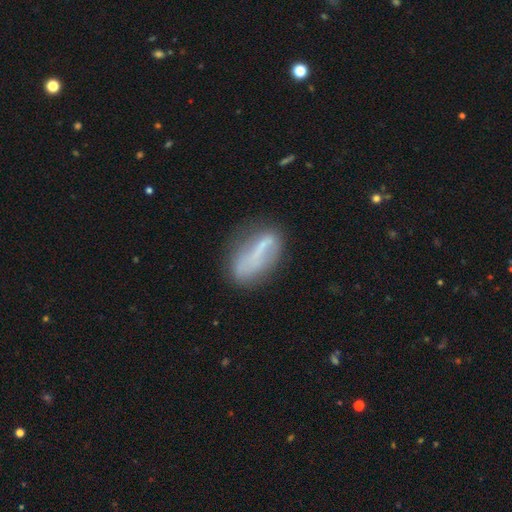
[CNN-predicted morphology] smooth_or_featured: smooth (p=0.46) [alt: featured or disk p=0.43]
merging: none (p=0.59) [alt: minor disturbance p=0.24]